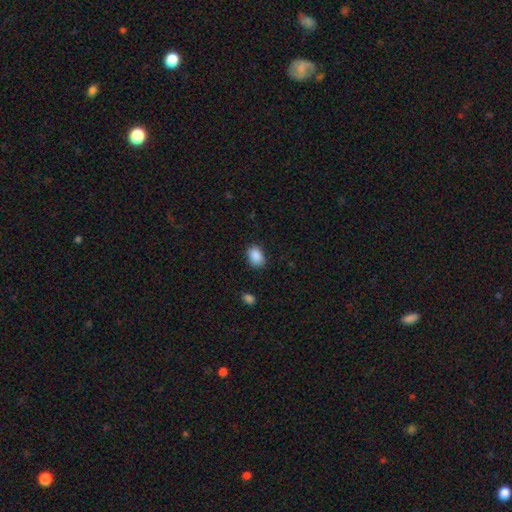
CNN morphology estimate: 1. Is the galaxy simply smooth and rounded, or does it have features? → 89% smooth, 8% star or artifact, 3% featured or disk.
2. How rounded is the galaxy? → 77% in between, 22% round, 1% cigar-shaped.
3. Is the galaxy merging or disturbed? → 82% none, 14% minor disturbance, 3% major disturbance, 1% merger.